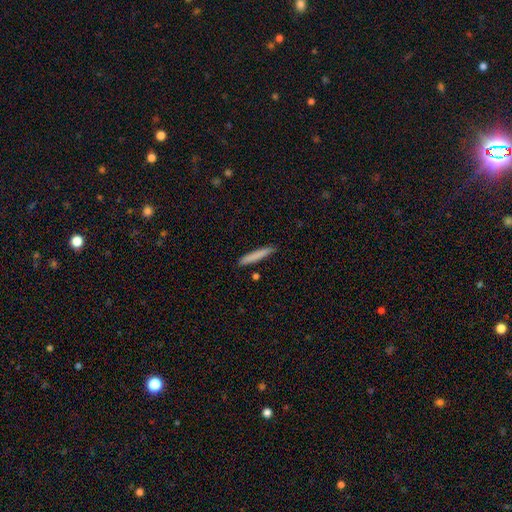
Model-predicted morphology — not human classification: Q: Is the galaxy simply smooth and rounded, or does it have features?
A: smooth — 81%.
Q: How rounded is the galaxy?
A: cigar-shaped — 95%.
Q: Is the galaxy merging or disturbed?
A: none — 88%.